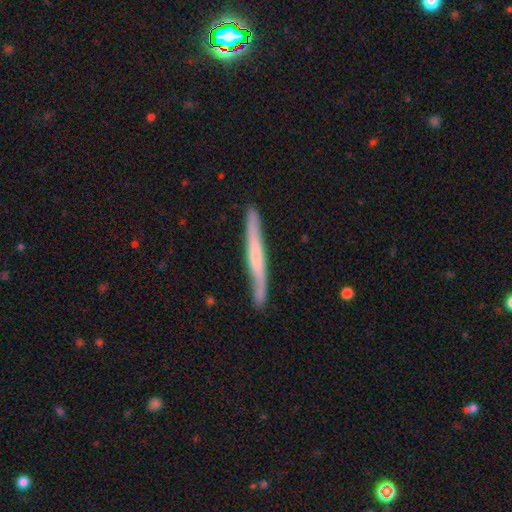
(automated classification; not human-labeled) Overall: featured or disk (56%; smooth 39%). Edge-on disk: yes (91%). Edge-on bulge: none (59%; rounded 28%). Merging: none (82%).